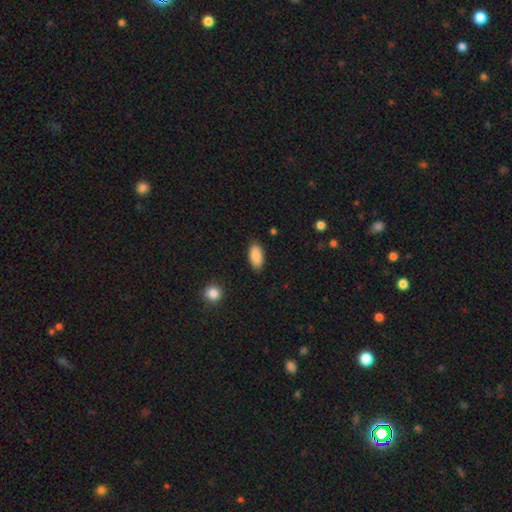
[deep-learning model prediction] Overall: smooth (89%). How rounded: in between (92%). Merging: none (84%).